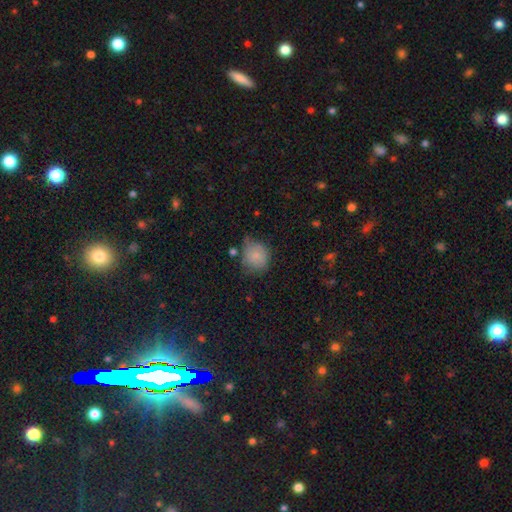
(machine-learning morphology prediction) smooth_or_featured: smooth (p=0.79) [alt: featured or disk p=0.12]
how_rounded: round (p=0.73) [alt: in between p=0.26]
merging: none (p=0.51) [alt: minor disturbance p=0.34]